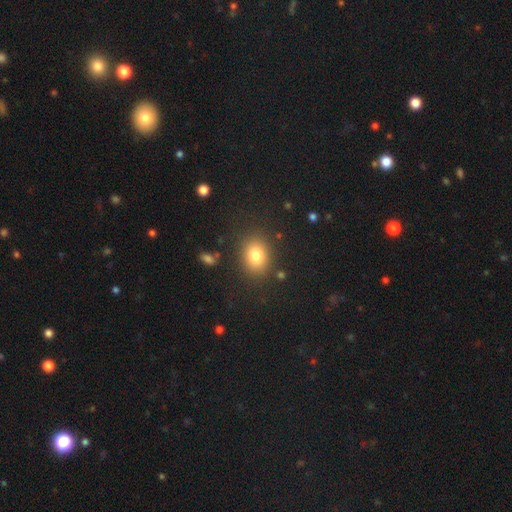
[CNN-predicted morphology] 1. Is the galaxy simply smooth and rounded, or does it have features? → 80% smooth, 11% star or artifact, 9% featured or disk.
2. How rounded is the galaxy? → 55% in between, 44% round, 1% cigar-shaped.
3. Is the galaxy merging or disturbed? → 85% none, 9% minor disturbance, 4% major disturbance, 2% merger.